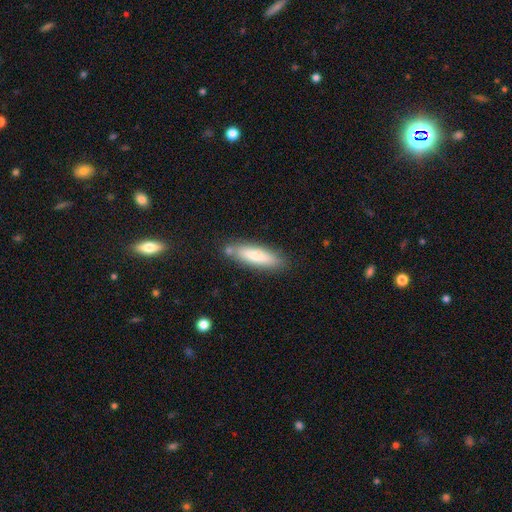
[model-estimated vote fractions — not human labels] Smooth or featured? smooth (76%)
How rounded? cigar-shaped (64%)
Merging? none (77%)